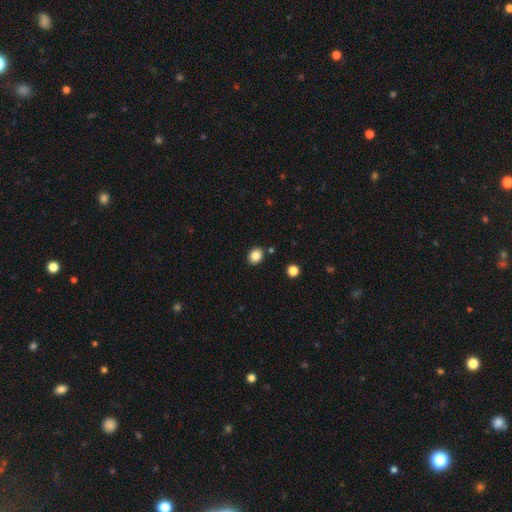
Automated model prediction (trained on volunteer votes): Q: Smooth or featured?
A: smooth (86%); runner-up: star or artifact (10%)
Q: How rounded?
A: round (57%); runner-up: in between (42%)
Q: Merging?
A: none (87%); runner-up: minor disturbance (8%)